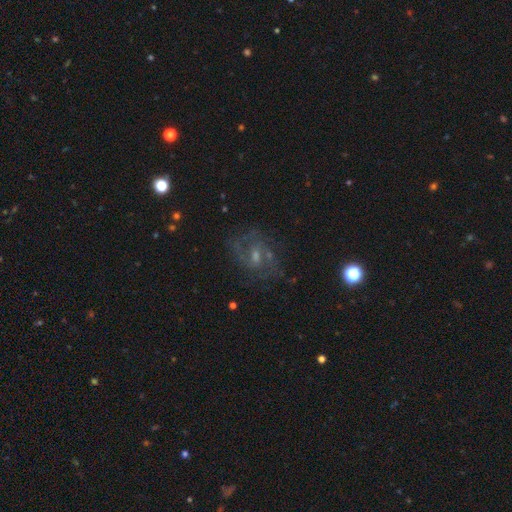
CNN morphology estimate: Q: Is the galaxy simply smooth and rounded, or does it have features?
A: featured or disk — 63%.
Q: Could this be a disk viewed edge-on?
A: no — 96%.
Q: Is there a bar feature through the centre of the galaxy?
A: weak — 45%.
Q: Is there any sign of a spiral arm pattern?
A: yes — 83%.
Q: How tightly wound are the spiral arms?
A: medium — 44%.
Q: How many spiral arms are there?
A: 2 — 45%.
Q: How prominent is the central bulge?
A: small — 58%.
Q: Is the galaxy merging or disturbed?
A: none — 74%.